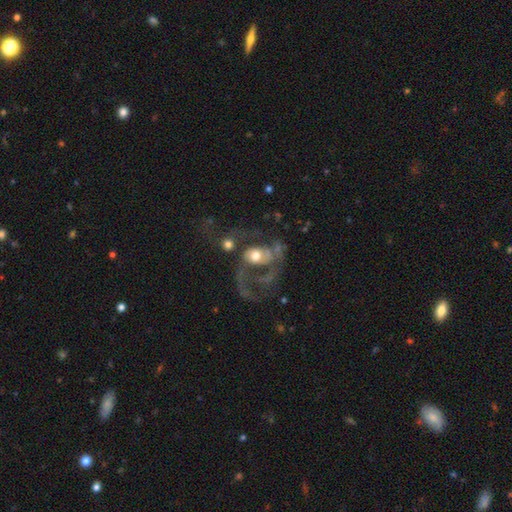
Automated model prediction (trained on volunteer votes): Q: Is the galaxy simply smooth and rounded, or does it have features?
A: featured or disk — 66%.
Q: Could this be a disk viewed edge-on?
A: no — 97%.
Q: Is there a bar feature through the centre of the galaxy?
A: no — 73%.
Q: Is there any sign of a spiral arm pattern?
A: yes — 69%.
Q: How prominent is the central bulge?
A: moderate — 62%.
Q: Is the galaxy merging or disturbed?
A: major disturbance — 46%.